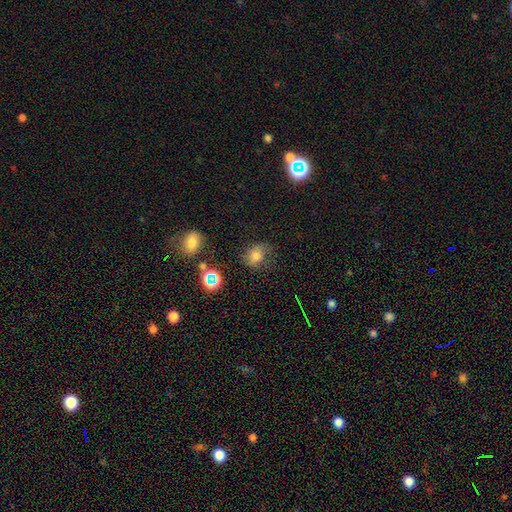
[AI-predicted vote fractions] smooth-or-featured: smooth: 67% | star or artifact: 18% | featured or disk: 15%
  how-rounded: in between: 51% | round: 47% | cigar-shaped: 1%
  merging: none: 50% | minor disturbance: 28% | major disturbance: 18% | merger: 4%